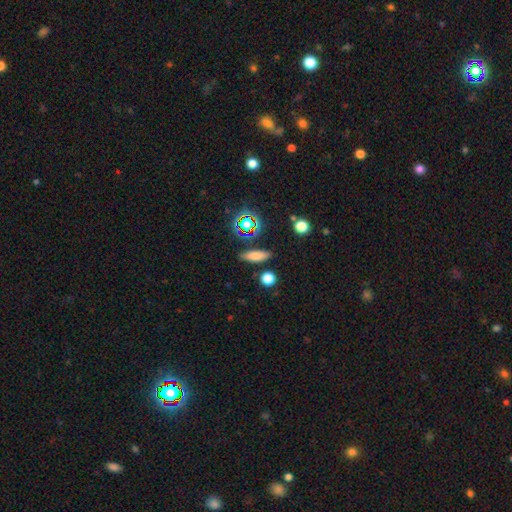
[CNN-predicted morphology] smooth_or_featured: smooth (p=0.72) [alt: star or artifact p=0.15]
how_rounded: cigar-shaped (p=0.48) [alt: in between p=0.46]
merging: none (p=0.83) [alt: minor disturbance p=0.10]